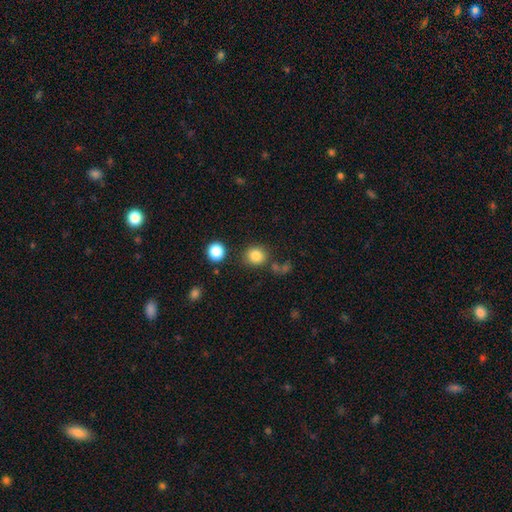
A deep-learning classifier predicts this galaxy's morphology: smooth 83%, star or artifact 11%, featured or disk 6%. Down the decision tree: how rounded — round (80%); merging — none (78%).